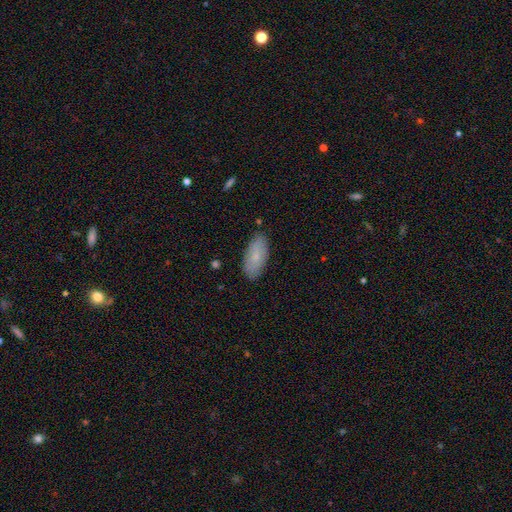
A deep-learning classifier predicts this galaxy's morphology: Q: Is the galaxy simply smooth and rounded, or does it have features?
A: smooth — 75%.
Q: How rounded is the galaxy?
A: in between — 87%.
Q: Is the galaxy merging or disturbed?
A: none — 84%.